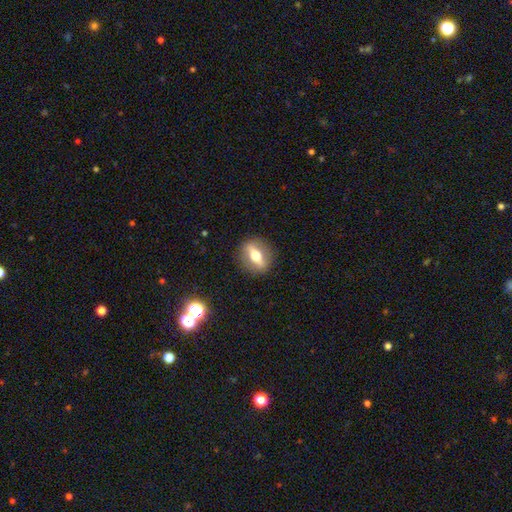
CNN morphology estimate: featured or disk 59%, smooth 33%, star or artifact 8%. Down the decision tree: edge-on disk — yes (60%); merging — none (88%).